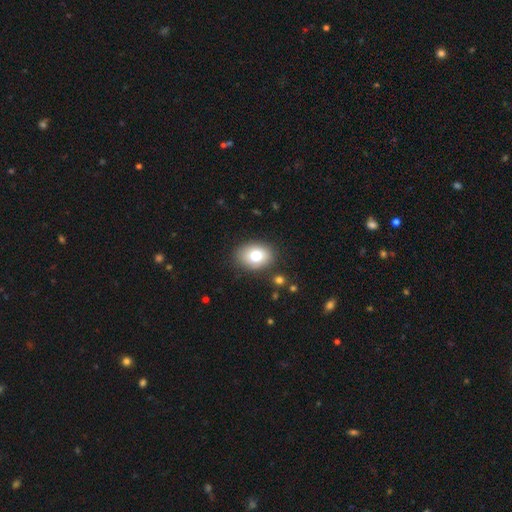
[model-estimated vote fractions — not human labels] Morphology: type=smooth (76%); roundness=in between (69%); merging=none (85%).